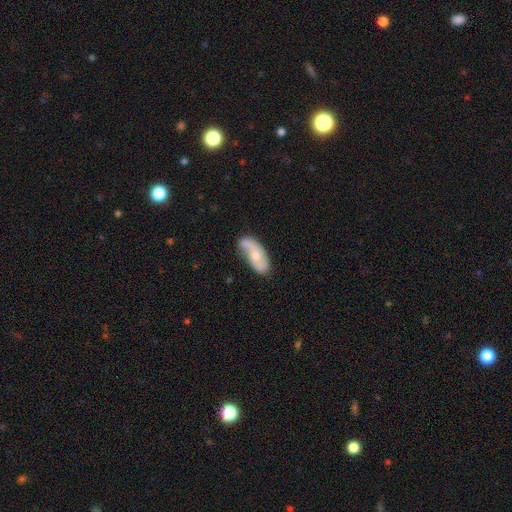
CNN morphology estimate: Q: Smooth or featured?
A: featured or disk (55%); runner-up: smooth (39%)
Q: Edge-on disk?
A: no (92%); runner-up: yes (8%)
Q: Bar?
A: no (71%); runner-up: weak (24%)
Q: Spiral arms?
A: yes (79%); runner-up: no (21%)
Q: Bulge size?
A: moderate (53%); runner-up: small (40%)
Q: Merging?
A: none (53%); runner-up: minor disturbance (28%)